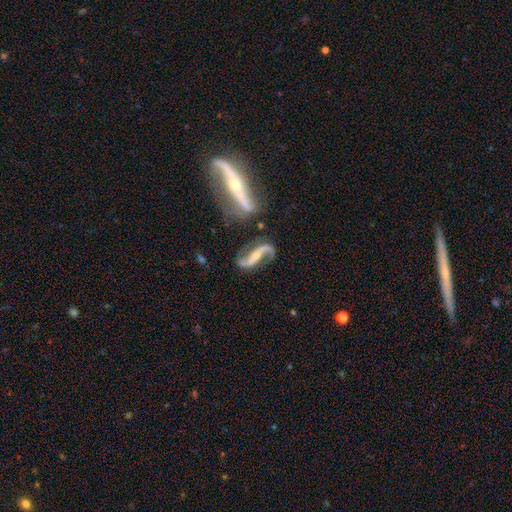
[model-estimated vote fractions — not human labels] A featured or disk galaxy (90%) with a strong bar (37%), 2 (93%) loose (78%) spiral arms (96%) and a small central bulge (60%).

Vote fractions:
- Smooth or featured? featured or disk: 90% / smooth: 5% / star or artifact: 5%
- Edge-on disk? no: 94% / yes: 6%
- Bar? strong: 37% / no: 35% / weak: 28%
- Spiral arms? yes: 96% / no: 4%
- Spiral winding? loose: 78% / medium: 17% / tight: 5%
- Spiral arm count? 2: 93% / 1: 3% / can't tell: 2% / 3: 1% / 4: 1% / more than 4: 1%
- Bulge size? small: 60% / moderate: 31% / none: 5% / large: 2% / dominant: 1%
- Merging? none: 64% / minor disturbance: 15% / merger: 11% / major disturbance: 10%